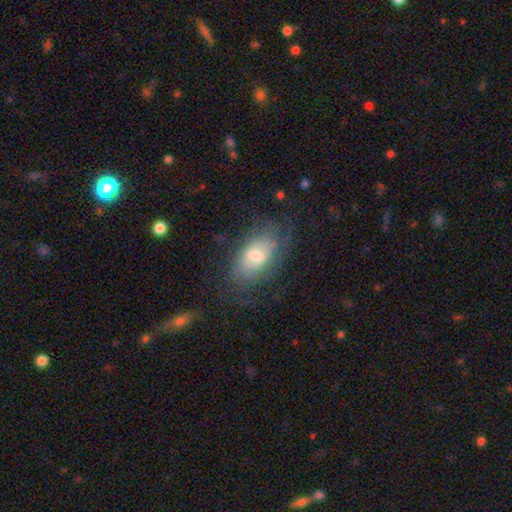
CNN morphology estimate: A smooth galaxy with no disk features (48%).

Vote fractions:
- Smooth or featured? smooth: 48% / featured or disk: 43% / star or artifact: 9%
- Merging? none: 65% / minor disturbance: 21% / major disturbance: 12% / merger: 2%